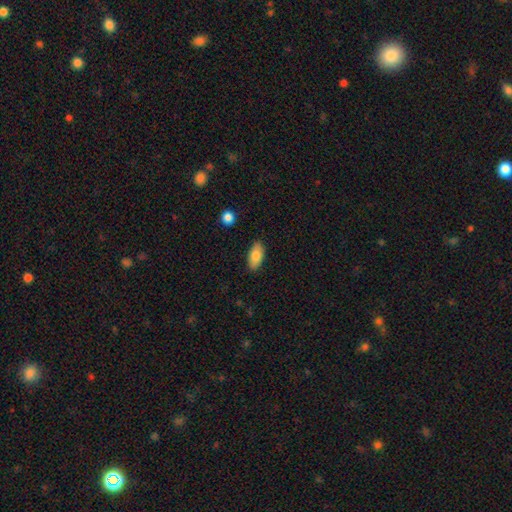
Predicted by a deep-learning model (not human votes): This appears to be a smooth galaxy with no disk features (80%) that is in between round and cigar-shaped (92%). Merging: none (87%).